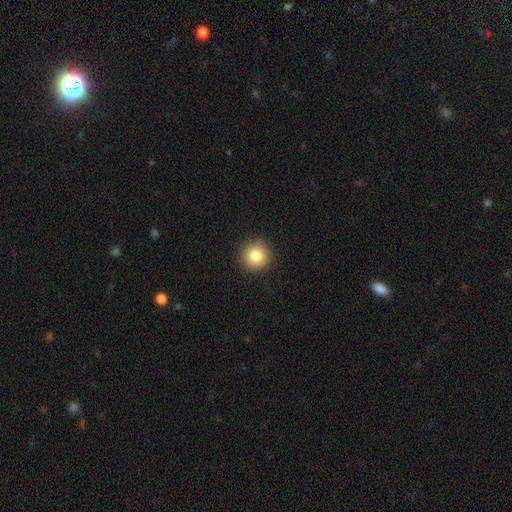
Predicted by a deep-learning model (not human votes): A smooth galaxy with no disk features (82%) that is round (94%). Merging: none (92%).